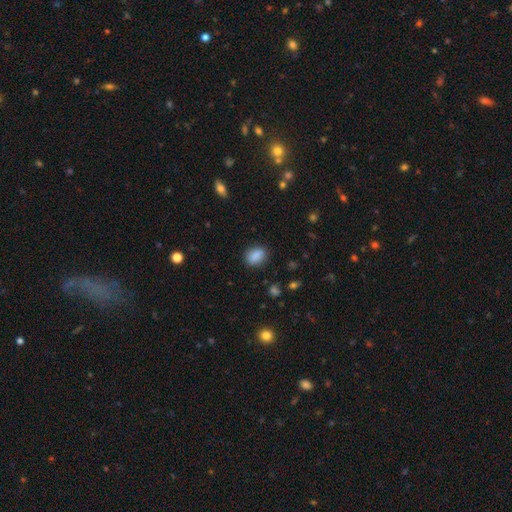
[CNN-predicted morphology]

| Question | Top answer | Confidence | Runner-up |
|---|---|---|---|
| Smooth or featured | smooth | 87% | star or artifact (9%) |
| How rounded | in between | 74% | round (24%) |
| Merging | none | 85% | minor disturbance (11%) |